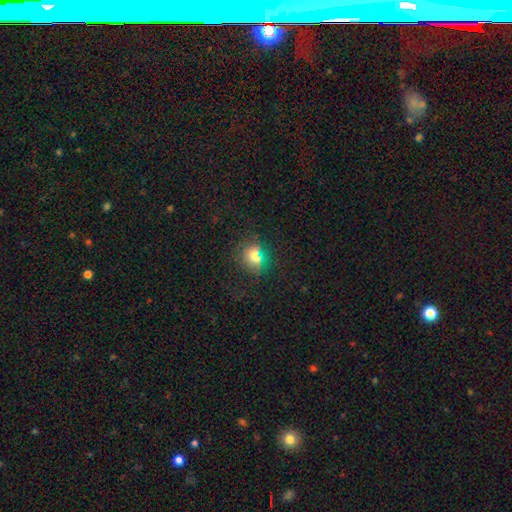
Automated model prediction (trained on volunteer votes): Smooth or featured: smooth — 70% (star or artifact — 22%)
How rounded: round — 85% (in between — 14%)
Merging: none — 82% (minor disturbance — 11%)